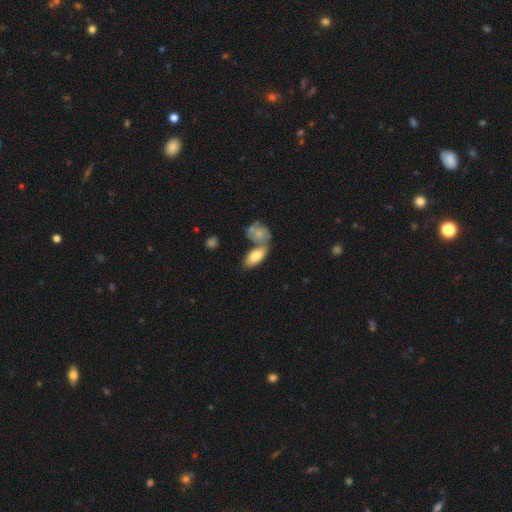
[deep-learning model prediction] A smooth galaxy with no disk features (77%) that is in between round and cigar-shaped (88%). Merging: none (44%).